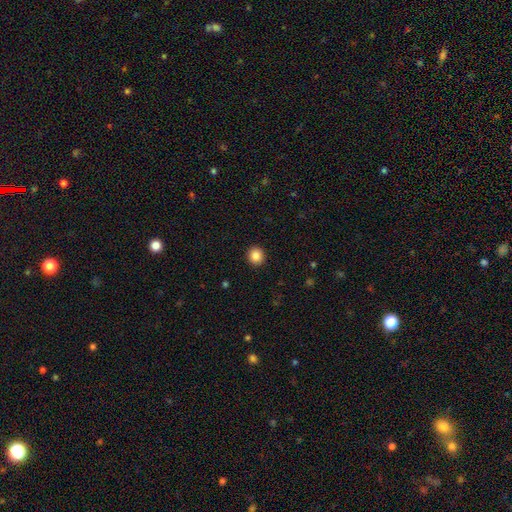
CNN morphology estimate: The model was most divided on "smooth or featured": smooth: 86%, star or artifact: 10%, featured or disk: 4%. More confident: merging — none (93%); how rounded — round (90%).